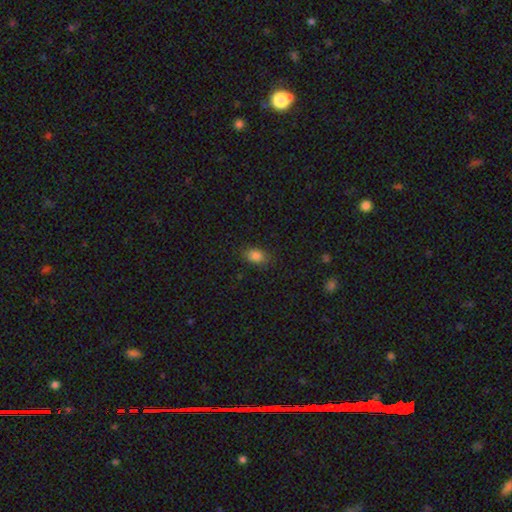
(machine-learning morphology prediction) smooth-or-featured: smooth: 84% | star or artifact: 10% | featured or disk: 6%
  how-rounded: in between: 80% | round: 19% | cigar-shaped: 2%
  merging: none: 82% | minor disturbance: 13% | major disturbance: 3% | merger: 1%